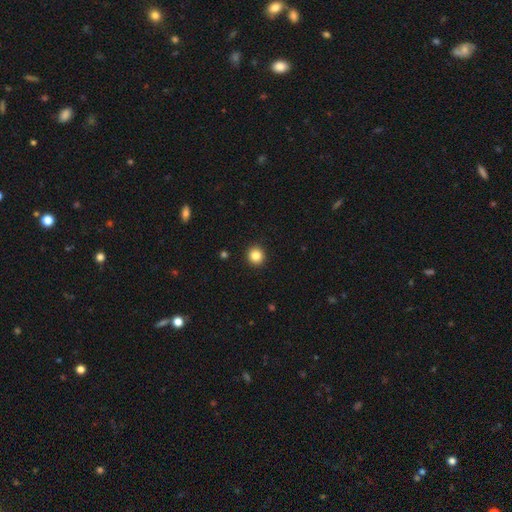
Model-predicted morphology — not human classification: The model was most divided on "smooth or featured": smooth: 85%, star or artifact: 11%, featured or disk: 5%. More confident: merging — none (93%); how rounded — round (93%).